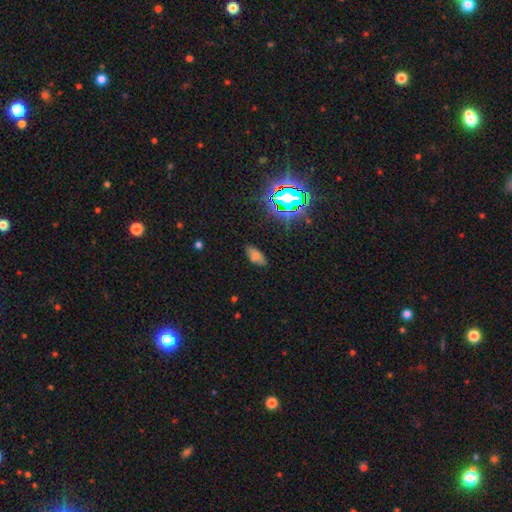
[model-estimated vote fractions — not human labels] Smooth or featured? smooth (52%)
How rounded? in between (86%)
Merging? none (81%)